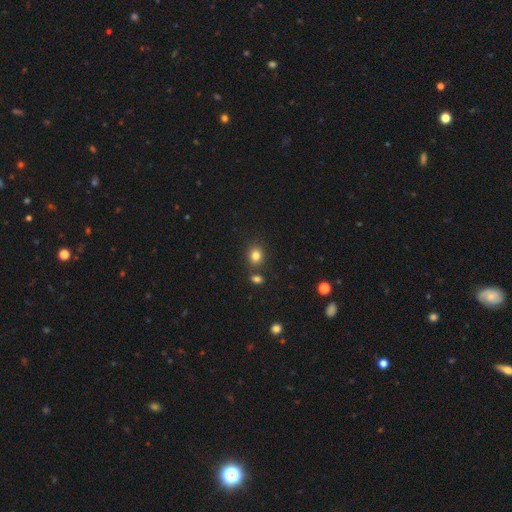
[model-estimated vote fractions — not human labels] smooth-or-featured: smooth: 81% | star or artifact: 12% | featured or disk: 6%
  how-rounded: round: 69% | in between: 30% | cigar-shaped: 1%
  merging: none: 78% | merger: 10% | minor disturbance: 10% | major disturbance: 3%